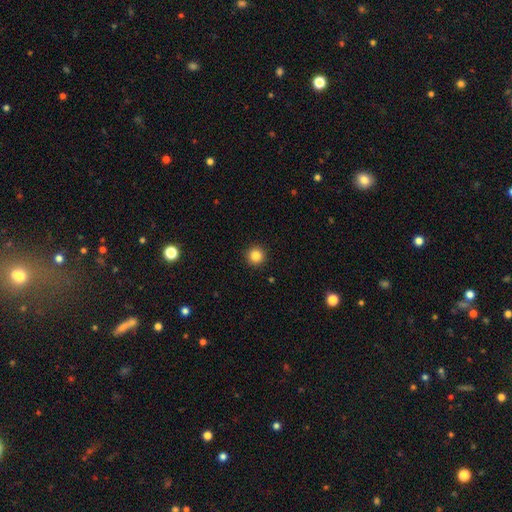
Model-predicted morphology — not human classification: smooth-or-featured: smooth: 84% | star or artifact: 11% | featured or disk: 5%
  how-rounded: round: 96% | in between: 3% | cigar-shaped: 1%
  merging: none: 93% | minor disturbance: 5% | major disturbance: 2% | merger: 1%